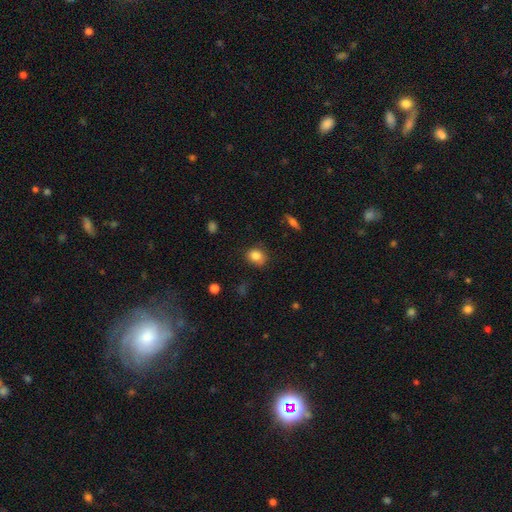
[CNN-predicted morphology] Overall: smooth (84%). How rounded: round (53%; in between 46%). Merging: none (74%).